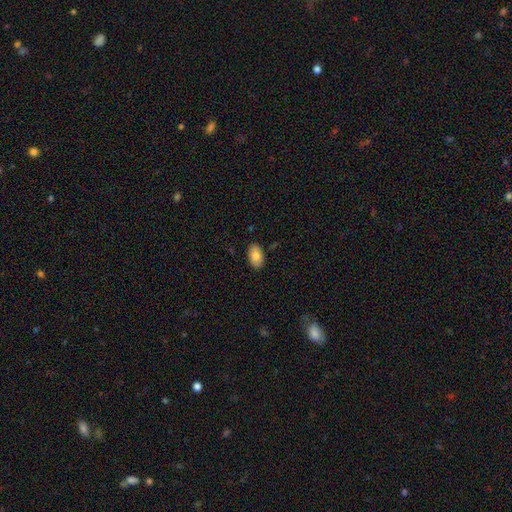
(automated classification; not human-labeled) This appears to be a smooth galaxy with no disk features (81%) that is in between round and cigar-shaped (93%). Merging: none (88%).